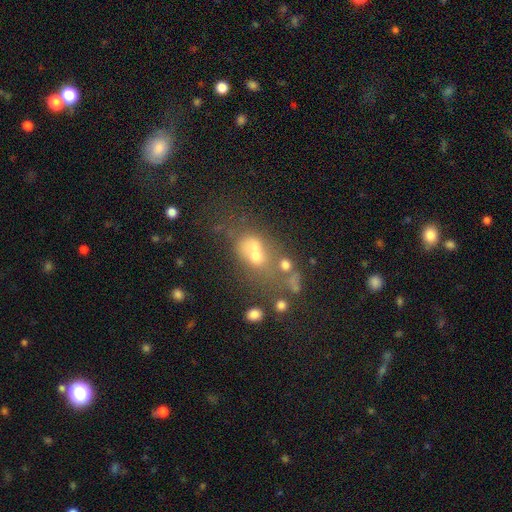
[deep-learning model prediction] smooth_or_featured: smooth (p=0.49) [alt: featured or disk p=0.28]
merging: merger (p=0.48) [alt: none p=0.24]